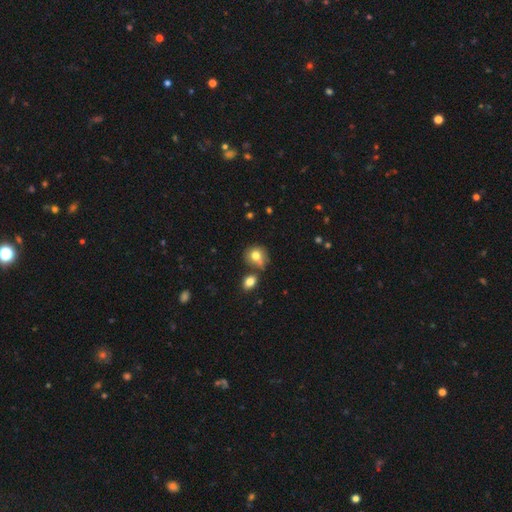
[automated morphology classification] type=smooth (78%); roundness=round (75%); merging=none (56%).